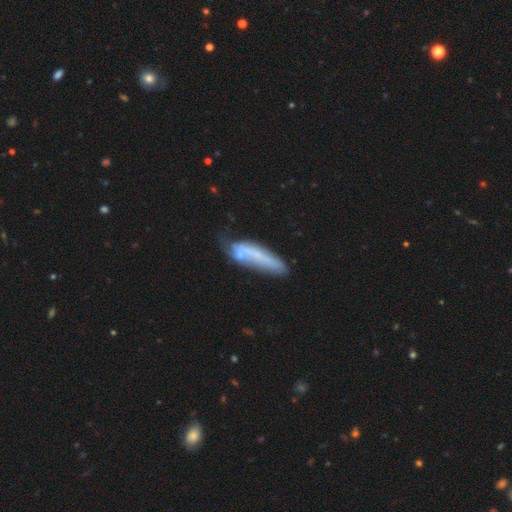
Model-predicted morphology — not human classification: The model was most divided on "smooth or featured": smooth: 49%, featured or disk: 43%, star or artifact: 8%. Remaining: merging — none (43%).